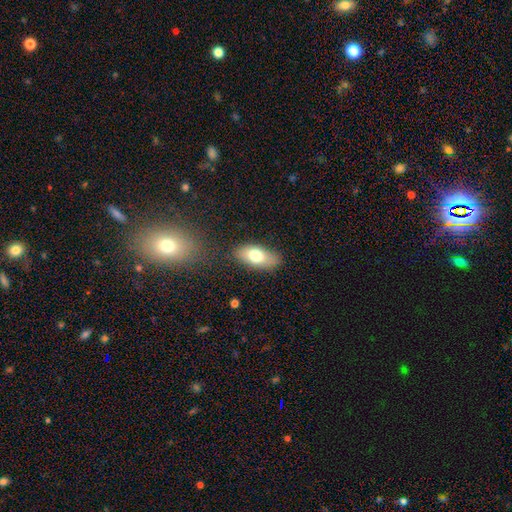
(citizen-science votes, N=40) A smooth galaxy with no disk features (78%) that is in between round and cigar-shaped (97%).

Vote fractions:
- Smooth or featured? smooth: 78% / featured or disk: 20% / star or artifact: 2%
- How rounded? in between: 97% / cigar-shaped: 3% / round: 0%
- Merging? none: 82% / minor disturbance: 10% / merger: 5% / major disturbance: 3%